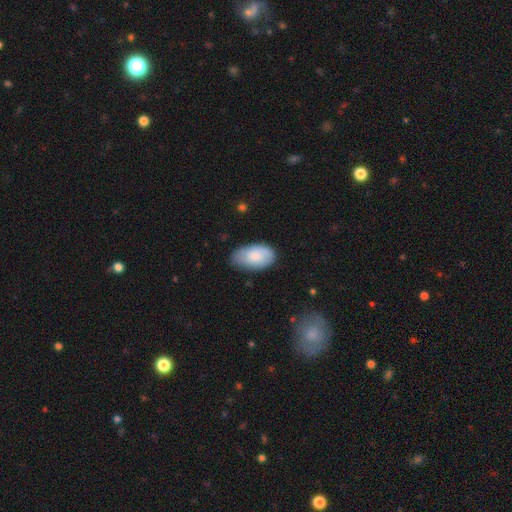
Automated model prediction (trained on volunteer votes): smooth 77%, featured or disk 17%, star or artifact 6%. Down the decision tree: how rounded — in between (94%); merging — none (68%).